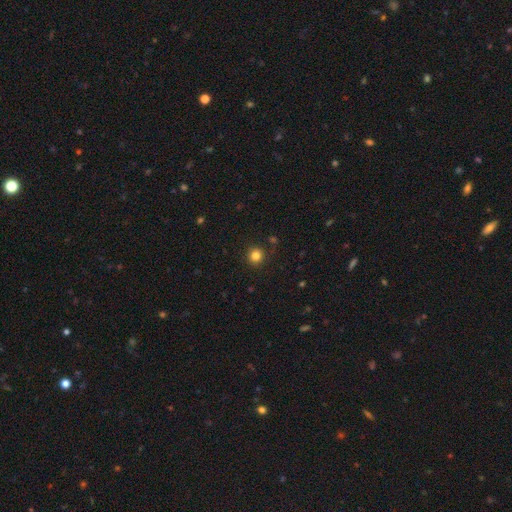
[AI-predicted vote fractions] Morphology: type=smooth (83%); roundness=round (93%); merging=none (89%).